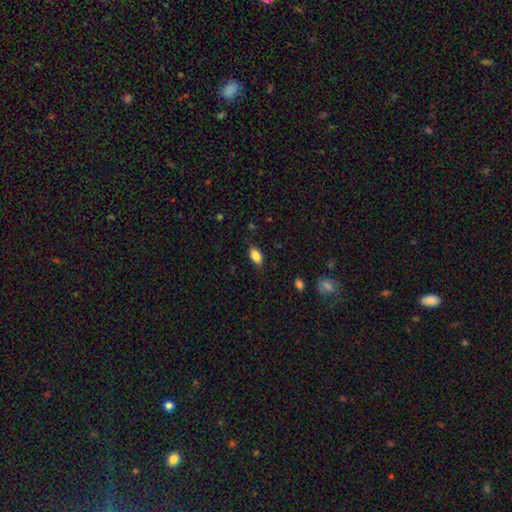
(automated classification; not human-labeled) This is clearly a smooth galaxy (83%). How rounded: clearly in between (88%). Merging: likely none (78%).